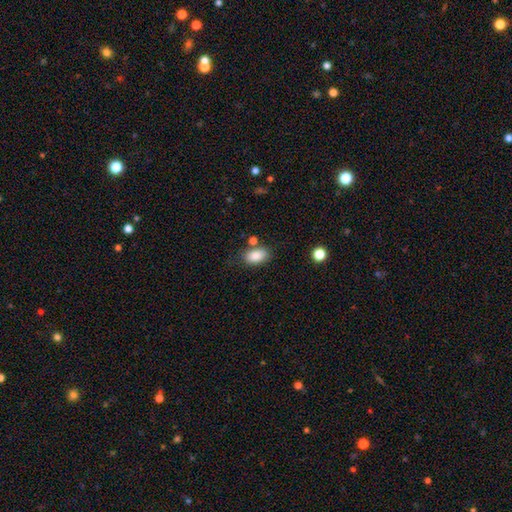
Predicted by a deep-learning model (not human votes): This appears to be a smooth galaxy with no disk features (86%) that is in between round and cigar-shaped (90%). Merging: none (74%).